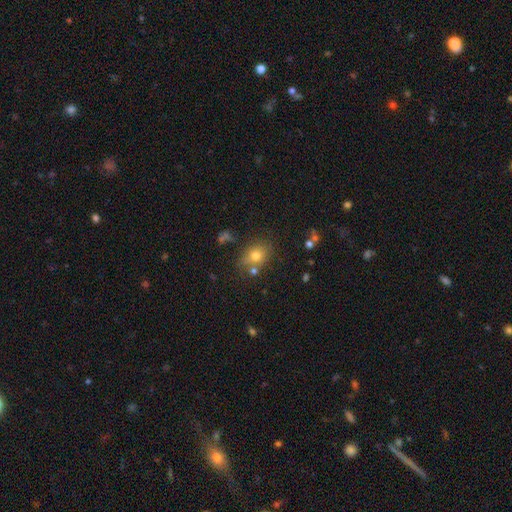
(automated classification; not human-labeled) A smooth galaxy with no disk features (73%) that is in between round and cigar-shaped (52%). Merging: none (71%).